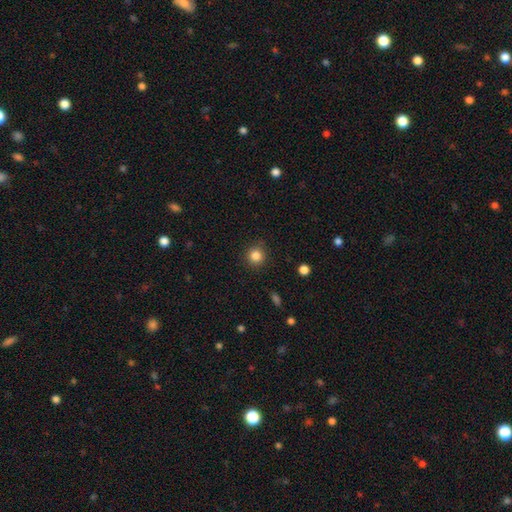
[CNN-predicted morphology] type=smooth (84%); roundness=round (93%); merging=none (88%).